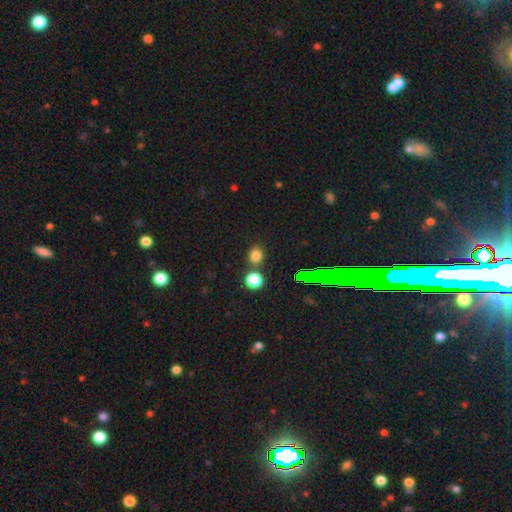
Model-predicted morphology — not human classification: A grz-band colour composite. It shows a smooth galaxy with no disk features (77%) that is round (73%). Merging: none (73%).